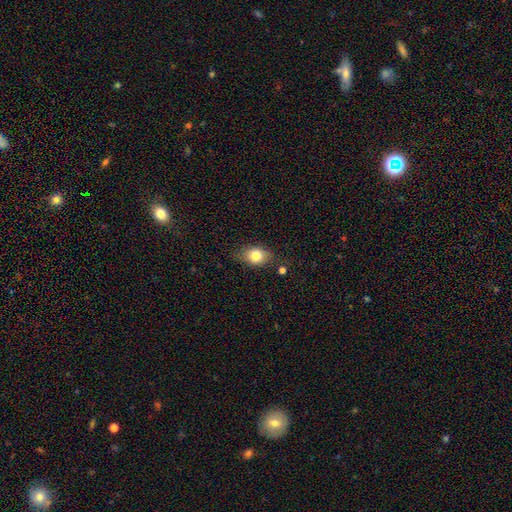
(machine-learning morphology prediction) smooth_or_featured: smooth (p=0.79) [alt: featured or disk p=0.12]
how_rounded: in between (p=0.72) [alt: round p=0.26]
merging: none (p=0.76) [alt: minor disturbance p=0.17]